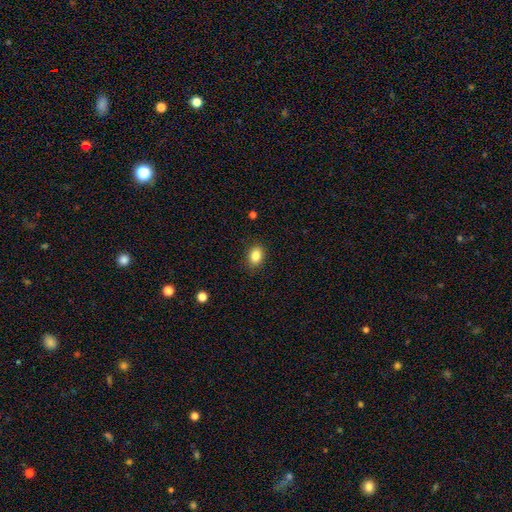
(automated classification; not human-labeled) A smooth galaxy with no disk features (85%) that is in between round and cigar-shaped (70%).

Vote fractions:
- Smooth or featured? smooth: 85% / star or artifact: 9% / featured or disk: 6%
- How rounded? in between: 70% / round: 29% / cigar-shaped: 1%
- Merging? none: 87% / minor disturbance: 9% / major disturbance: 2% / merger: 1%